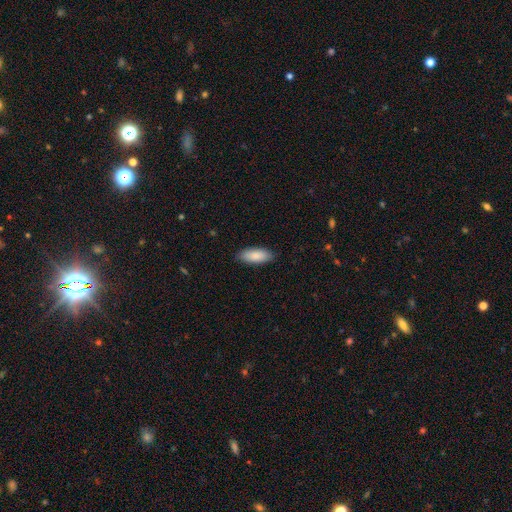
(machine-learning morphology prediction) A smooth galaxy with no disk features (87%) that is in between round and cigar-shaped (80%).

Vote fractions:
- Smooth or featured? smooth: 87% / featured or disk: 7% / star or artifact: 6%
- How rounded? in between: 80% / cigar-shaped: 18% / round: 2%
- Merging? none: 86% / minor disturbance: 11% / major disturbance: 2% / merger: 1%